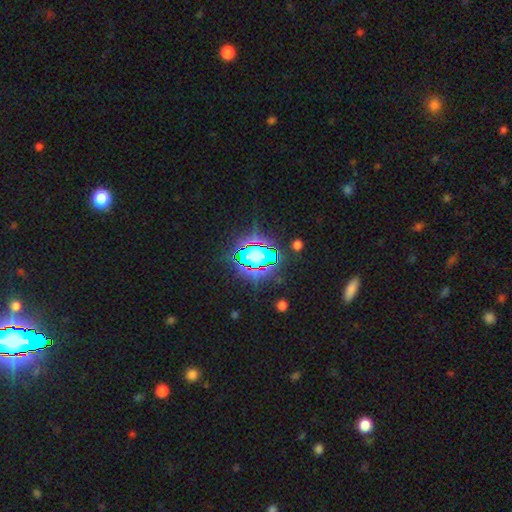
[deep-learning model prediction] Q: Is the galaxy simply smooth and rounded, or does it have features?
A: star or artifact — 68%.